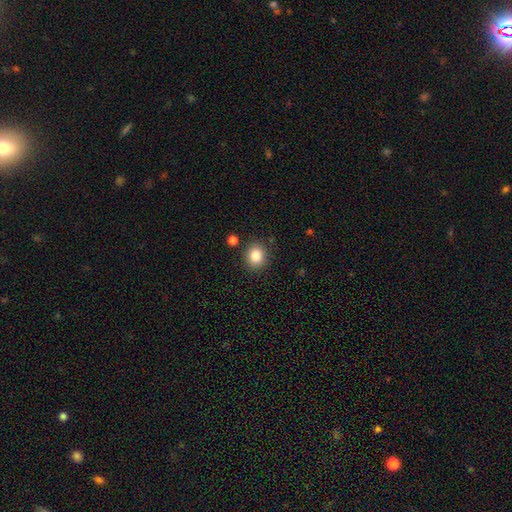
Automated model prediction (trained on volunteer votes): smooth_or_featured: smooth (p=0.83) [alt: star or artifact p=0.11]
how_rounded: round (p=0.81) [alt: in between p=0.18]
merging: none (p=0.88) [alt: minor disturbance p=0.07]